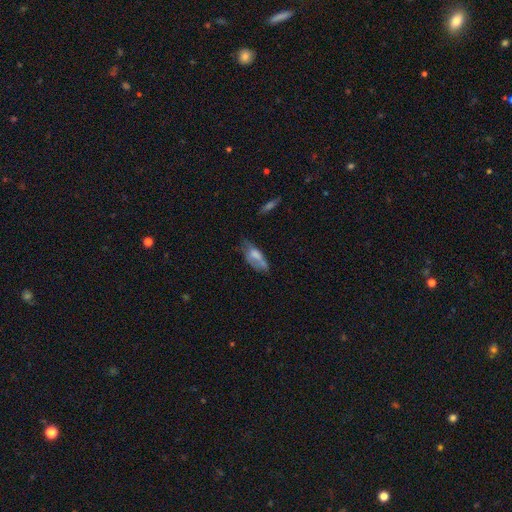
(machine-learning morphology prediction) smooth 60%, featured or disk 31%, star or artifact 9%. Down the decision tree: how rounded — in between (78%); merging — none (34%).